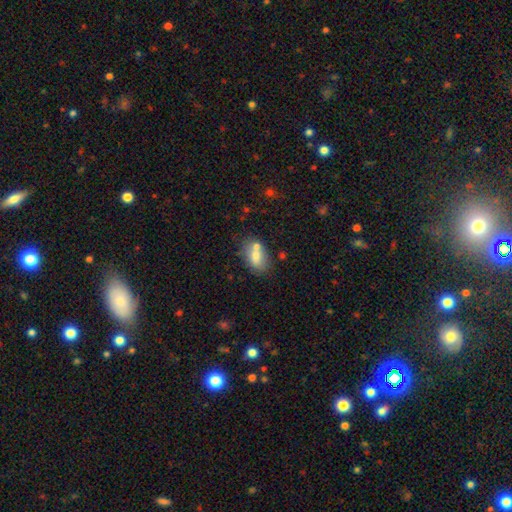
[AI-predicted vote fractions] Smooth or featured? smooth (72%)
How rounded? in between (87%)
Merging? none (53%)